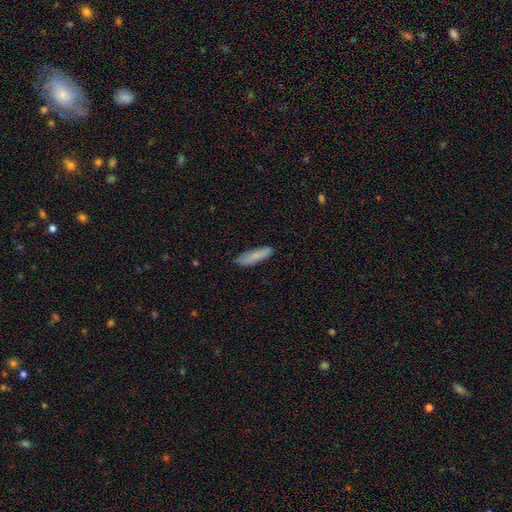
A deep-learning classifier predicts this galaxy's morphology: Smooth or featured? smooth (81%)
How rounded? cigar-shaped (71%)
Merging? none (81%)